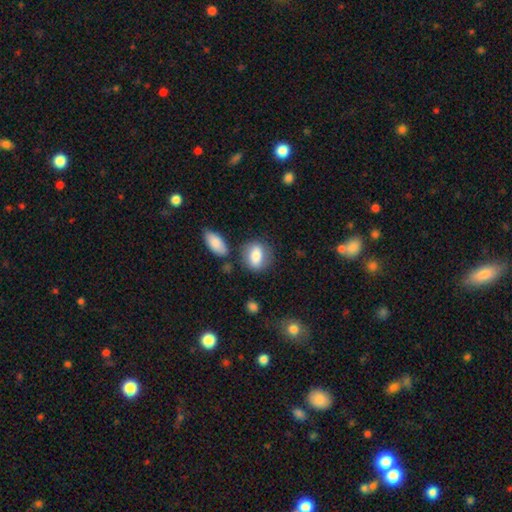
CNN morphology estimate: Smooth or featured: smooth — 78% (featured or disk — 15%)
How rounded: in between — 69% (round — 27%)
Merging: none — 69% (minor disturbance — 17%)